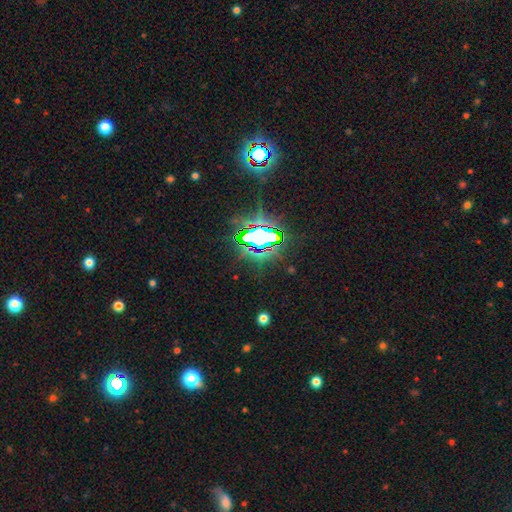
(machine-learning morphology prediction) Overall: star or artifact (84%).